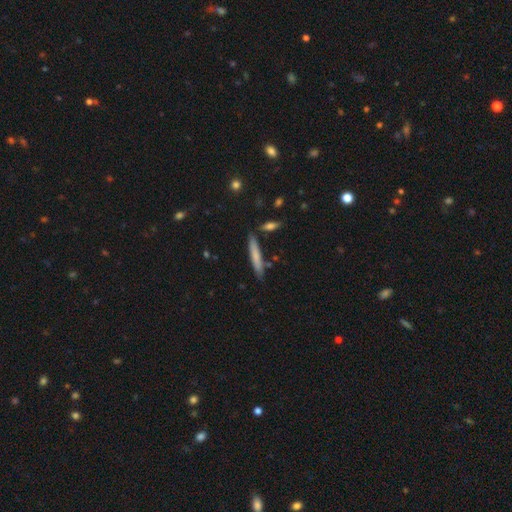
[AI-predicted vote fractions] The model was most divided on "smooth or featured": smooth: 71%, featured or disk: 23%, star or artifact: 6%. More confident: how rounded — cigar-shaped (93%); merging — none (82%).